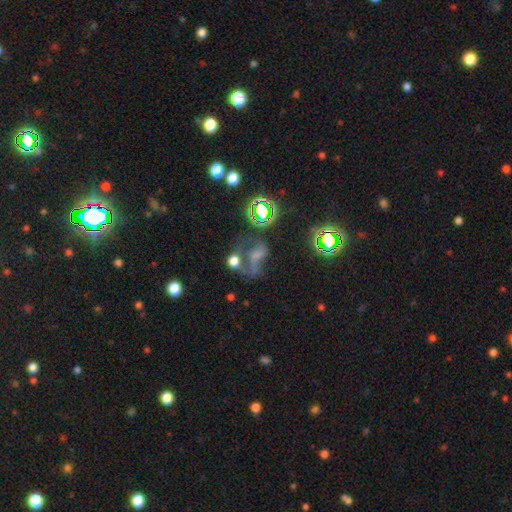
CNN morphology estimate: Smooth or featured? Predicted: star or artifact (p=0.37).